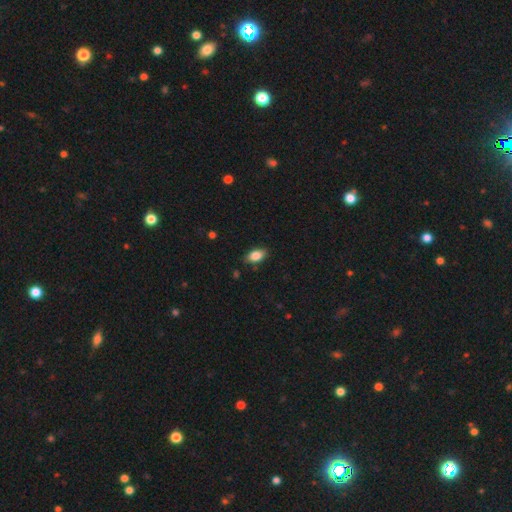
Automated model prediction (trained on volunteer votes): Q: Smooth or featured?
A: smooth (84%); runner-up: featured or disk (8%)
Q: How rounded?
A: in between (90%); runner-up: round (6%)
Q: Merging?
A: none (82%); runner-up: minor disturbance (14%)